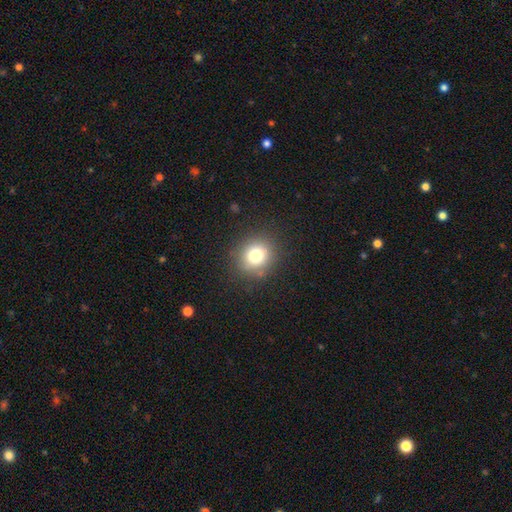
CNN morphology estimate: smooth 77%, star or artifact 13%, featured or disk 10%. Down the decision tree: how rounded — round (83%); merging — none (85%).